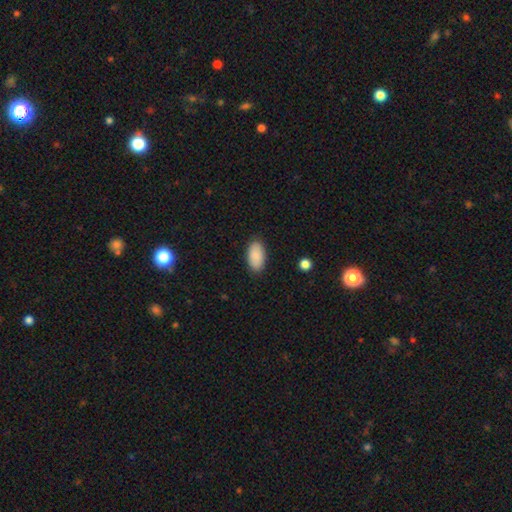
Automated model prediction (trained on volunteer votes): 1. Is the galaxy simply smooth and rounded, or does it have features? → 89% smooth, 6% star or artifact, 4% featured or disk.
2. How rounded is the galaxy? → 95% in between, 3% round, 3% cigar-shaped.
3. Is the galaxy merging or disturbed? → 87% none, 10% minor disturbance, 2% major disturbance, 1% merger.